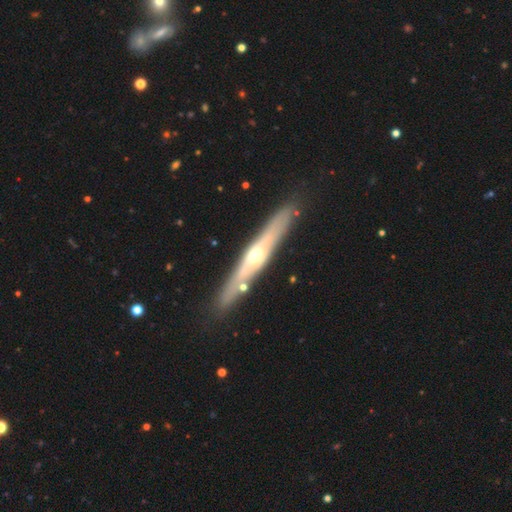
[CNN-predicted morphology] Smooth or featured: featured or disk — 73% (smooth — 22%)
Edge-on disk: yes — 86% (no — 14%)
Edge-on bulge: rounded — 81% (none — 14%)
Merging: none — 84% (minor disturbance — 10%)